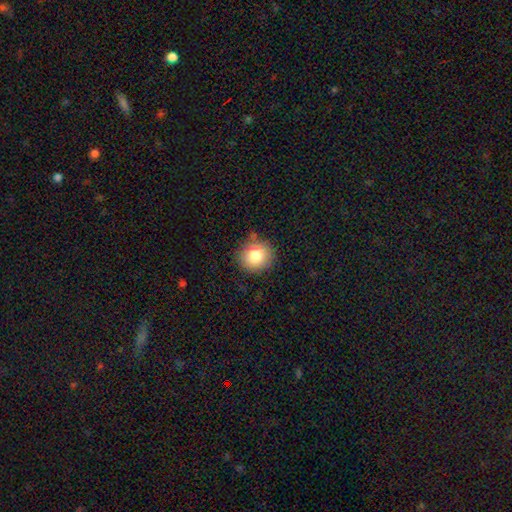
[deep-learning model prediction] Overall: smooth (83%). How rounded: round (82%). Merging: none (84%).